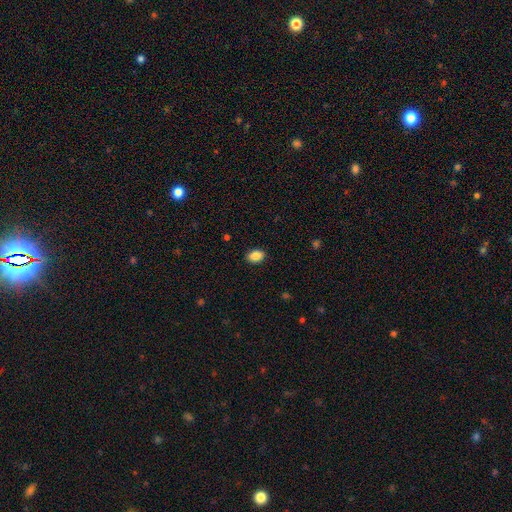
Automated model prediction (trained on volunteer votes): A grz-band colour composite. It shows a smooth galaxy with no disk features (88%) that is in between round and cigar-shaped (83%). Merging: none (89%).